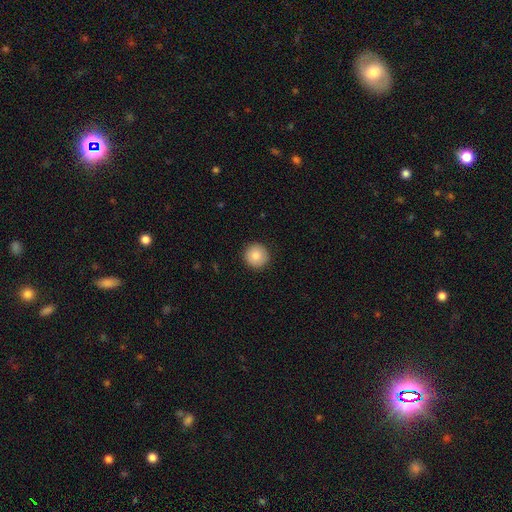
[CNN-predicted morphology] Smooth or featured? Predicted: smooth (p=0.84). How rounded? Predicted: round (p=0.95). Merging? Predicted: none (p=0.92).